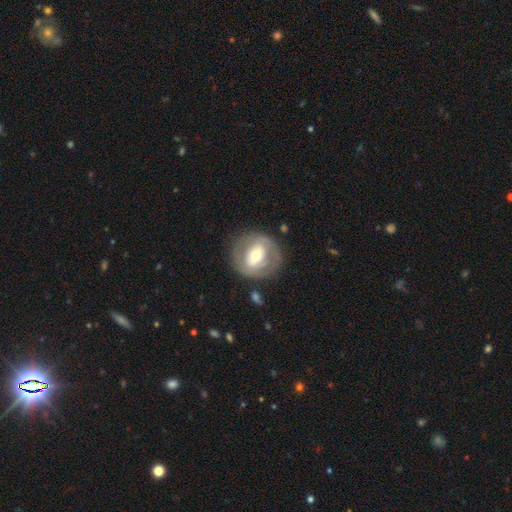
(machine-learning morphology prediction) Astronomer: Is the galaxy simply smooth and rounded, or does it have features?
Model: featured or disk — 57% (runner-up: smooth, 37%).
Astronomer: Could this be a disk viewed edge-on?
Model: no — 95%.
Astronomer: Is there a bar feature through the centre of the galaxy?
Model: no — 35% (runner-up: weak, 33%).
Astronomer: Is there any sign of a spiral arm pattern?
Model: no — 65%.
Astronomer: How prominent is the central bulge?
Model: moderate — 61%.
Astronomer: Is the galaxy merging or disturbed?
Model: none — 79%.